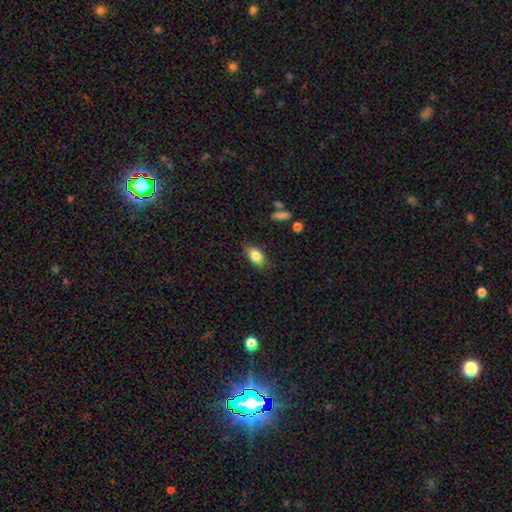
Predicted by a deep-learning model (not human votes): Smooth or featured? Predicted: smooth (p=0.82). How rounded? Predicted: in between (p=0.88). Merging? Predicted: none (p=0.79).